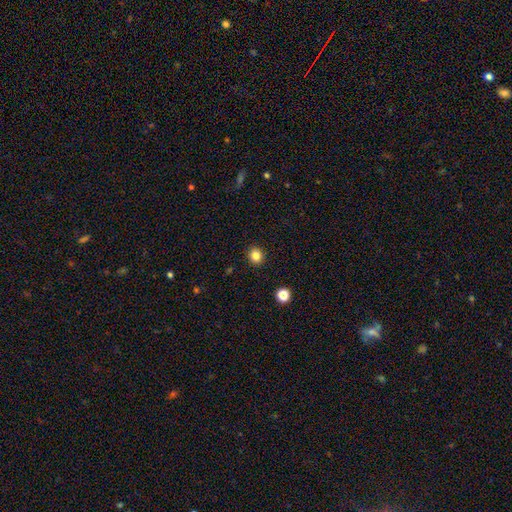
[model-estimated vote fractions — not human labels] Smooth or featured? smooth (84%)
How rounded? round (86%)
Merging? none (92%)